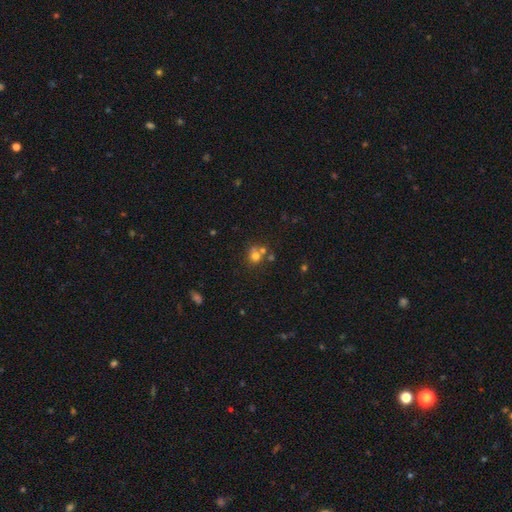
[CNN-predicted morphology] The model was most divided on "merging": none: 48%, merger: 39%, minor disturbance: 9%, major disturbance: 4%. More confident: how rounded — round (82%); smooth or featured — smooth (65%).